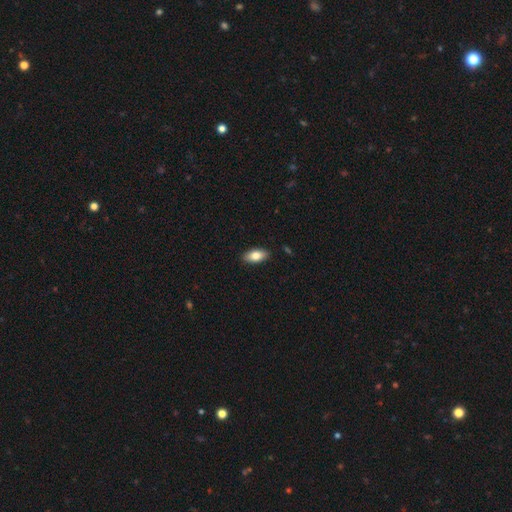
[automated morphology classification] Smooth or featured: smooth — 80% (featured or disk — 14%)
How rounded: in between — 88% (cigar-shaped — 8%)
Merging: none — 89% (minor disturbance — 8%)